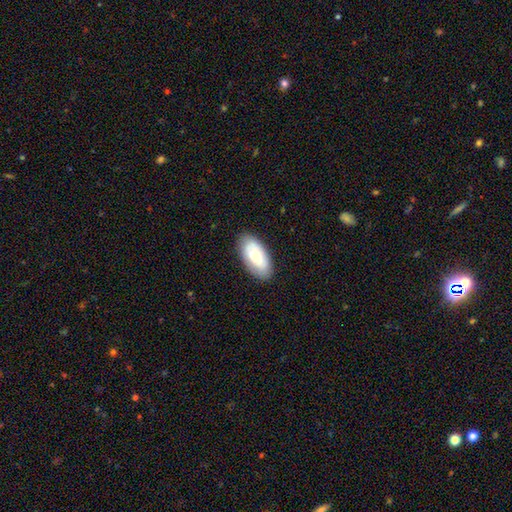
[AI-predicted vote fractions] smooth-or-featured: smooth: 69% | featured or disk: 25% | star or artifact: 6%
  how-rounded: in between: 93% | cigar-shaped: 4% | round: 2%
  merging: none: 84% | minor disturbance: 12% | major disturbance: 3% | merger: 1%